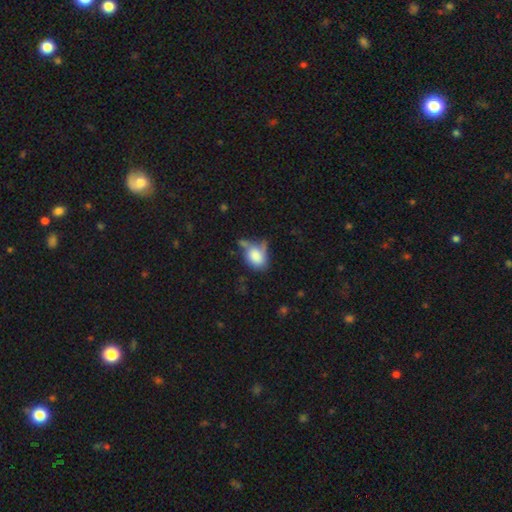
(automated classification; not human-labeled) A smooth galaxy with no disk features (80%) that is in between round and cigar-shaped (72%).

Vote fractions:
- Smooth or featured? smooth: 80% / featured or disk: 12% / star or artifact: 9%
- How rounded? in between: 72% / round: 27% / cigar-shaped: 2%
- Merging? none: 36% / minor disturbance: 30% / merger: 18% / major disturbance: 15%